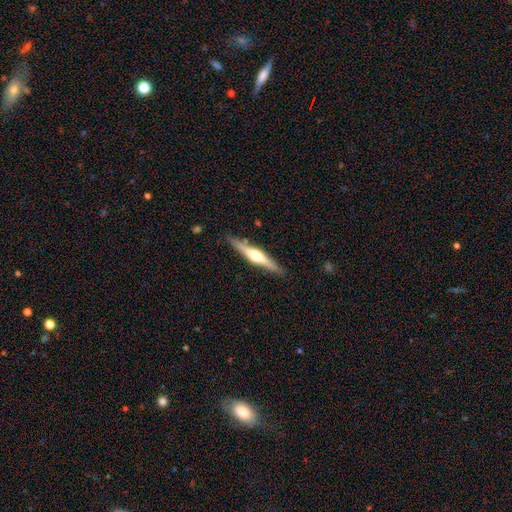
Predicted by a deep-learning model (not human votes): featured or disk 67%, smooth 28%, star or artifact 5%. Down the decision tree: edge-on disk — yes (97%); edge-on bulge — rounded (91%); merging — none (88%).